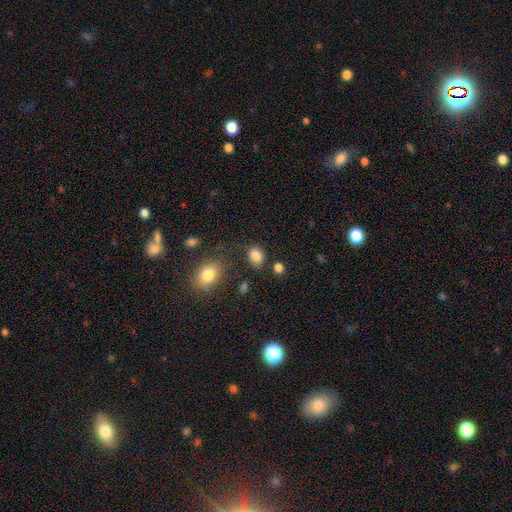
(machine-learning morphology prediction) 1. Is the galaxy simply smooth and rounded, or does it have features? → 85% smooth, 10% star or artifact, 5% featured or disk.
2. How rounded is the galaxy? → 68% in between, 31% round, 1% cigar-shaped.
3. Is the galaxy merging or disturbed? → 71% none, 17% minor disturbance, 6% major disturbance, 6% merger.